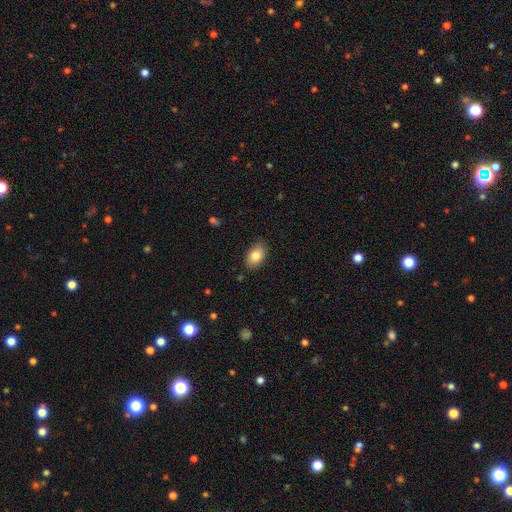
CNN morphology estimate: The model was most divided on "merging": none: 84%, minor disturbance: 12%, major disturbance: 2%, merger: 1%. More confident: how rounded — in between (88%); smooth or featured — smooth (83%).